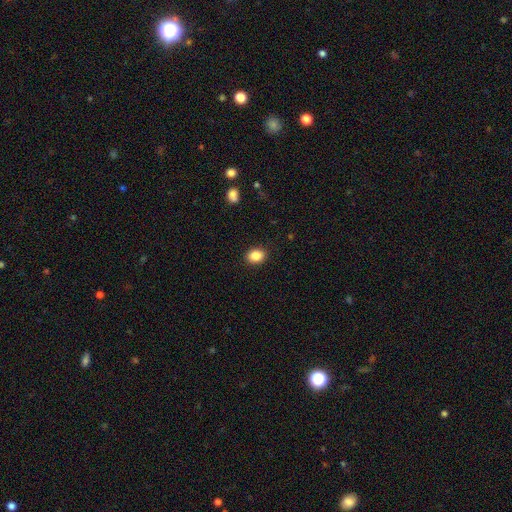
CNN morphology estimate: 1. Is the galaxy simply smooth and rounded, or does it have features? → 87% smooth, 9% star or artifact, 4% featured or disk.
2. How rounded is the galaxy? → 64% in between, 35% round, 1% cigar-shaped.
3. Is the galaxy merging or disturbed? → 90% none, 7% minor disturbance, 2% major disturbance, 1% merger.